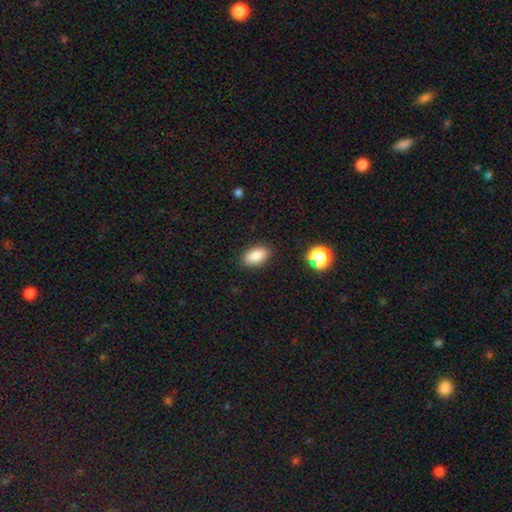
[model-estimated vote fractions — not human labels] Smooth or featured: smooth — 87% (star or artifact — 9%)
How rounded: in between — 92% (round — 5%)
Merging: none — 88% (minor disturbance — 9%)